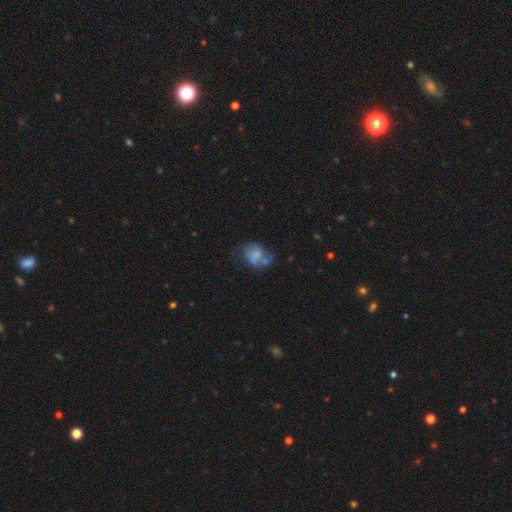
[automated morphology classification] A smooth galaxy with no disk features (51%) that is in between round and cigar-shaped (65%).

Vote fractions:
- Smooth or featured? smooth: 51% / featured or disk: 38% / star or artifact: 11%
- How rounded? in between: 65% / round: 34% / cigar-shaped: 1%
- Merging? none: 34% / minor disturbance: 25% / major disturbance: 21% / merger: 19%